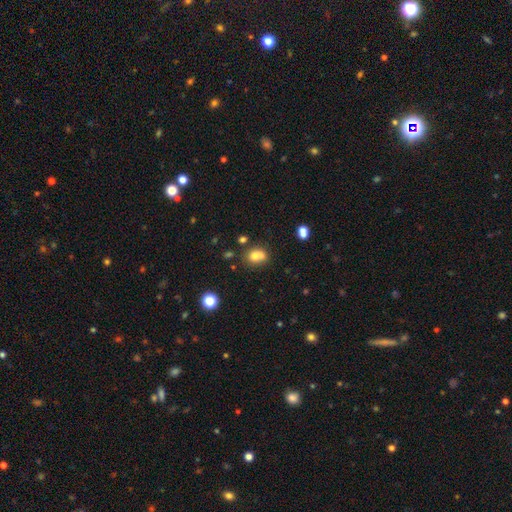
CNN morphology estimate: Smooth or featured: smooth — 71% (featured or disk — 16%)
How rounded: round — 62% (in between — 37%)
Merging: merger — 49% (none — 35%)